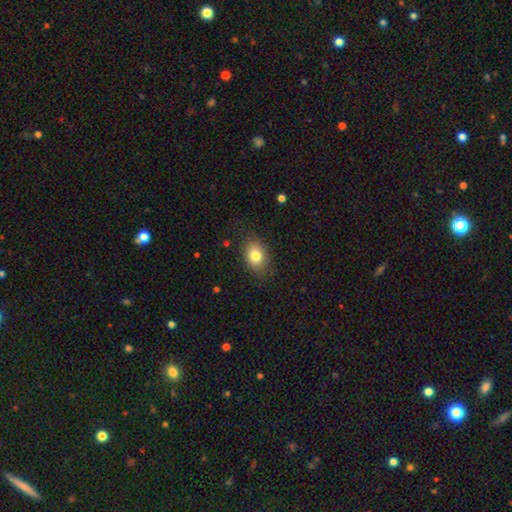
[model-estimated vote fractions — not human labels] Morphology: type=smooth (82%); roundness=in between (76%); merging=none (83%).